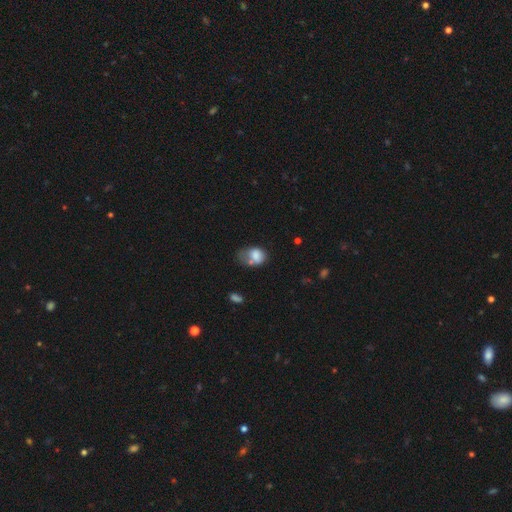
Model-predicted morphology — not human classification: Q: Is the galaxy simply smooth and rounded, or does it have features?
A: smooth — 72%.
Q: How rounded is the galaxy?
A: in between — 69%.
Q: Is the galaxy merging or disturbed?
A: minor disturbance — 29%.